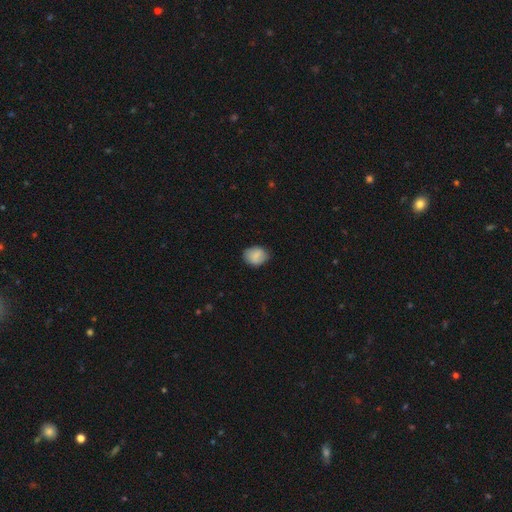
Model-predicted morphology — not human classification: A smooth galaxy with no disk features (84%) that is in between round and cigar-shaped (50%).

Vote fractions:
- Smooth or featured? smooth: 84% / featured or disk: 9% / star or artifact: 8%
- How rounded? in between: 50% / round: 49% / cigar-shaped: 1%
- Merging? none: 77% / minor disturbance: 18% / major disturbance: 4% / merger: 1%